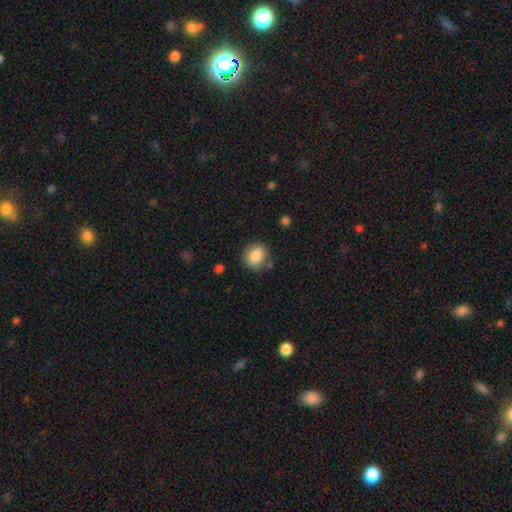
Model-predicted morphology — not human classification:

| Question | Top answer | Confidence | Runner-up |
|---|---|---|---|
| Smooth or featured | smooth | 86% | star or artifact (8%) |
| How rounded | round | 73% | in between (27%) |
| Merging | none | 81% | minor disturbance (13%) |